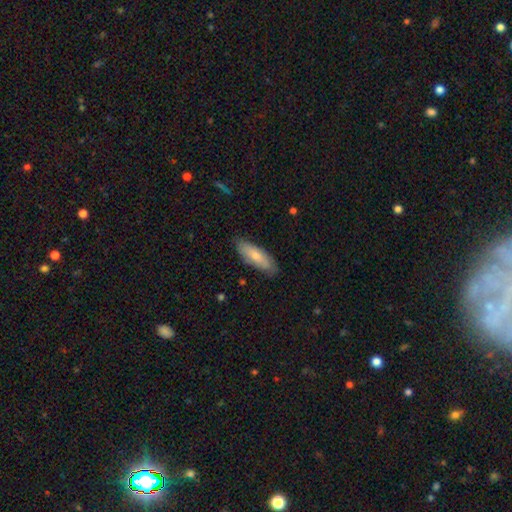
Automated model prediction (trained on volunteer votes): Q: Smooth or featured?
A: smooth (72%); runner-up: featured or disk (23%)
Q: How rounded?
A: in between (58%); runner-up: cigar-shaped (40%)
Q: Merging?
A: none (82%); runner-up: minor disturbance (15%)